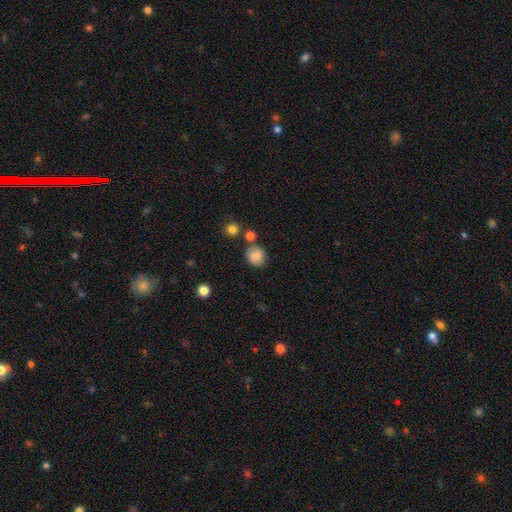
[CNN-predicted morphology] Smooth or featured?
  - smooth: 74% *
  - featured or disk: 17%
  - star or artifact: 10%
How rounded?
  - round: 70% *
  - in between: 29%
  - cigar-shaped: 1%
Merging?
  - none: 73% *
  - minor disturbance: 14%
  - merger: 9%
  - major disturbance: 4%